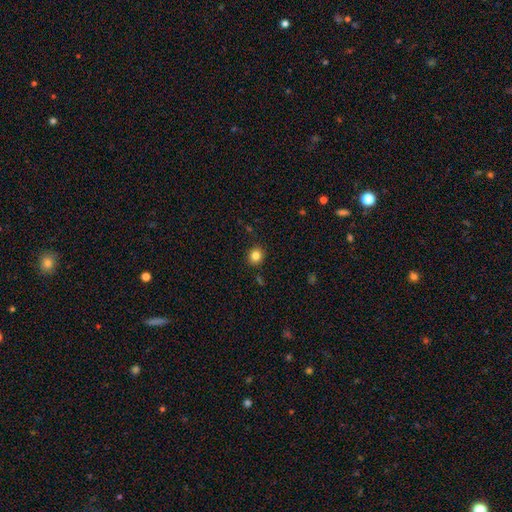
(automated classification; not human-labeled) Morphology: type=smooth (83%); roundness=round (84%); merging=none (90%).